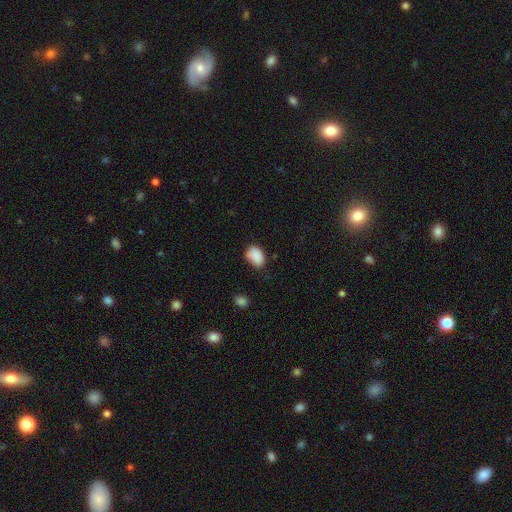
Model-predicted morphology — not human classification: The model was most divided on "merging": none: 64%, minor disturbance: 28%, major disturbance: 6%, merger: 3%. More confident: smooth or featured — smooth (88%); how rounded — in between (77%).